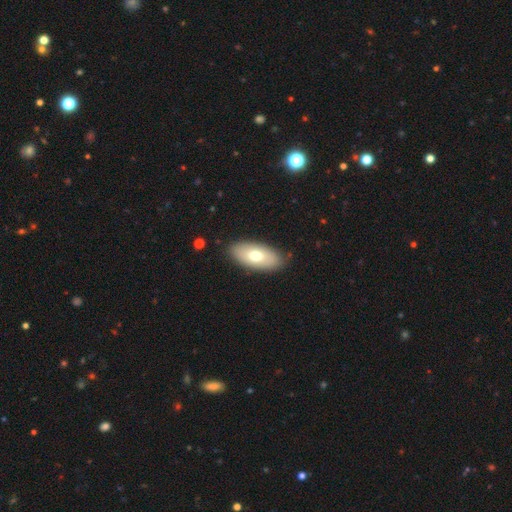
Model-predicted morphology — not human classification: smooth_or_featured: smooth (p=0.68) [alt: featured or disk p=0.26]
how_rounded: in between (p=0.91) [alt: cigar-shaped p=0.06]
merging: none (p=0.86) [alt: minor disturbance p=0.10]